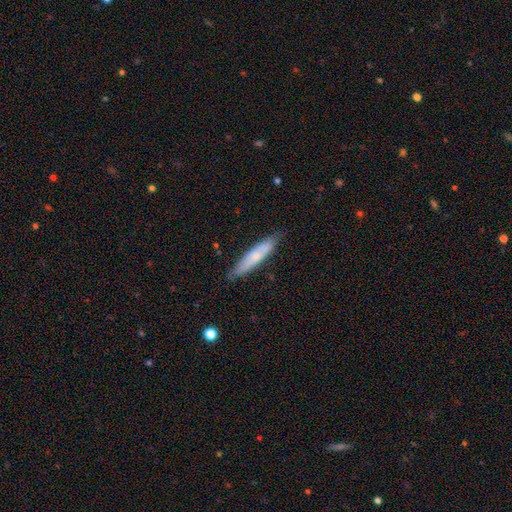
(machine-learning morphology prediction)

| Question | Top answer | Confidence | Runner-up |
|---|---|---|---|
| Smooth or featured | smooth | 60% | featured or disk (34%) |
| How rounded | cigar-shaped | 87% | in between (12%) |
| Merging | none | 83% | minor disturbance (14%) |